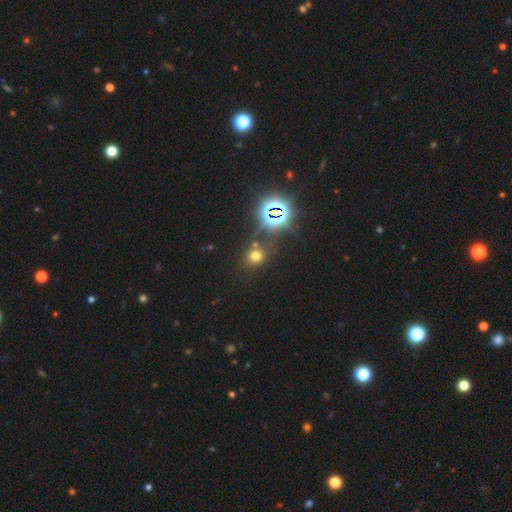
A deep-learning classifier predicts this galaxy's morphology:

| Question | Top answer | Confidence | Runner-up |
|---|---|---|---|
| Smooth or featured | smooth | 58% | star or artifact (34%) |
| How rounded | round | 76% | in between (23%) |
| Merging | none | 73% | merger (11%) |